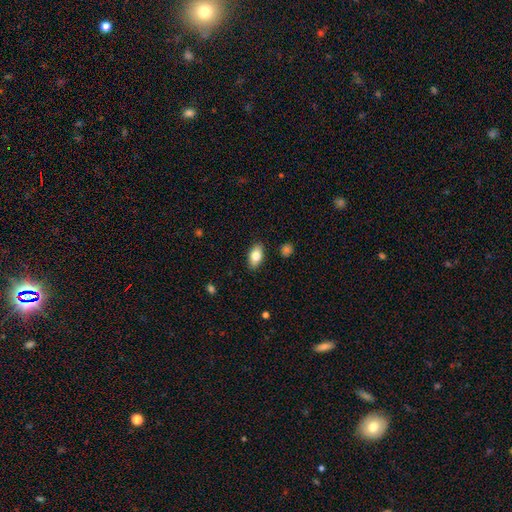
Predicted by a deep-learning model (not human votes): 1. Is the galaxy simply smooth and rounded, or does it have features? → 80% smooth, 13% featured or disk, 7% star or artifact.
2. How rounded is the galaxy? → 91% in between, 5% round, 4% cigar-shaped.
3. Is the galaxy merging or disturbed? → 88% none, 9% minor disturbance, 2% major disturbance, 1% merger.